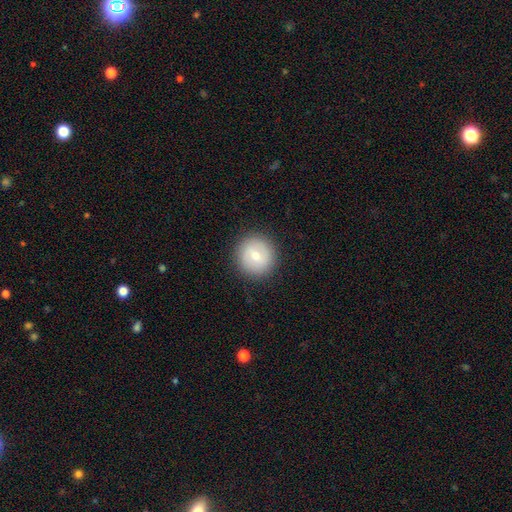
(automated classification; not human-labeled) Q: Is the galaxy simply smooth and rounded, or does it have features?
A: smooth — 68%.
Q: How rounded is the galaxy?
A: round — 94%.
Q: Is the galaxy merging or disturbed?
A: none — 90%.